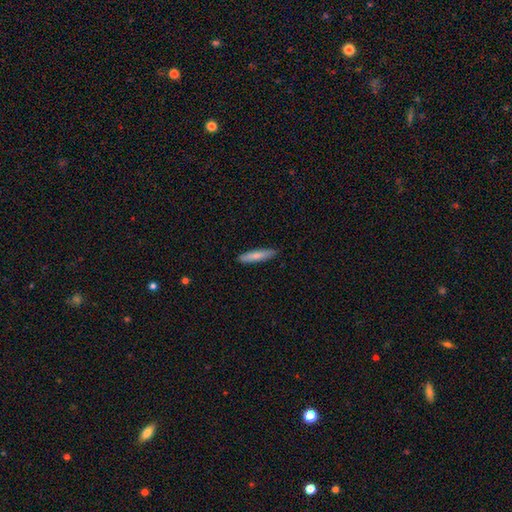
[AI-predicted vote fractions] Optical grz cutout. It shows a smooth galaxy with no disk features (76%) that is cigar-shaped (85%). Merging: none (89%).